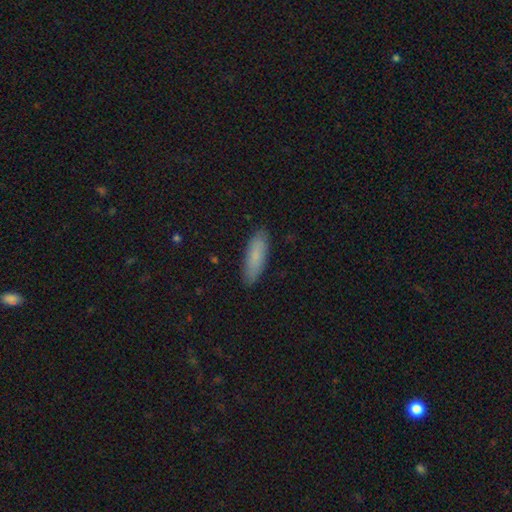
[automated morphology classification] A smooth galaxy with no disk features (80%) that is cigar-shaped (51%).

Vote fractions:
- Smooth or featured? smooth: 80% / featured or disk: 14% / star or artifact: 6%
- How rounded? cigar-shaped: 51% / in between: 48% / round: 2%
- Merging? none: 88% / minor disturbance: 9% / major disturbance: 2% / merger: 1%